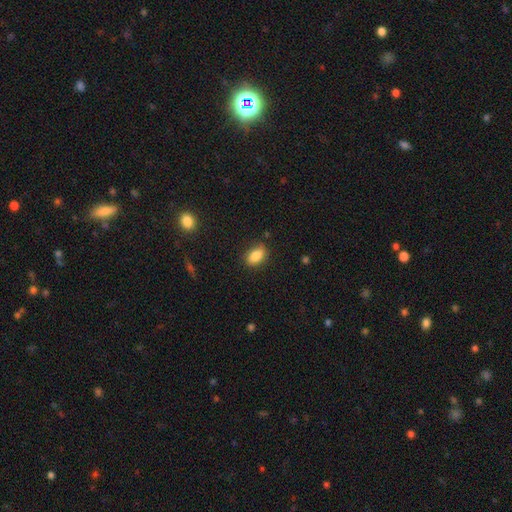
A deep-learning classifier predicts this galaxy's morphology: The model was most divided on "merging": none: 82%, minor disturbance: 14%, major disturbance: 3%, merger: 2%. More confident: how rounded — in between (87%); smooth or featured — smooth (86%).